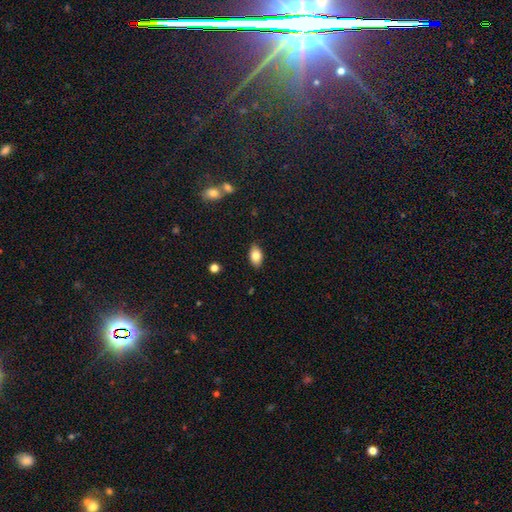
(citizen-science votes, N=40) Q: Smooth or featured?
A: smooth (82%); runner-up: star or artifact (12%)
Q: How rounded?
A: in between (97%); runner-up: round (3%)
Q: Merging?
A: none (91%); runner-up: minor disturbance (6%)